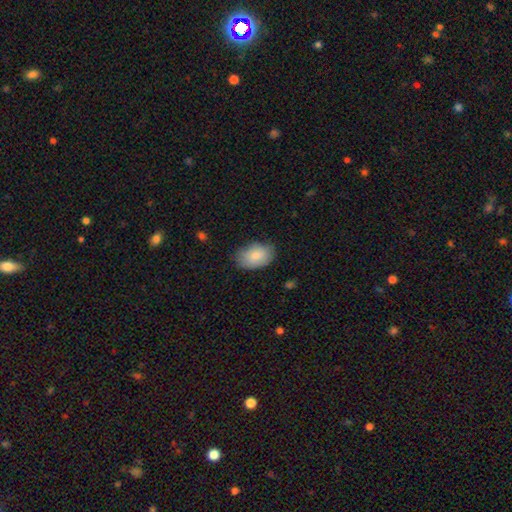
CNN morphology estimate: smooth 82%, featured or disk 12%, star or artifact 7%. Down the decision tree: how rounded — in between (87%); merging — none (75%).